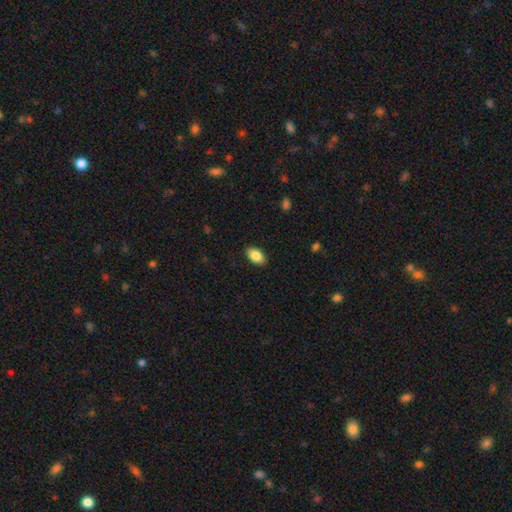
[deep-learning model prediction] The model was most divided on "smooth or featured": smooth: 86%, star or artifact: 7%, featured or disk: 7%. More confident: how rounded — in between (92%); merging — none (89%).